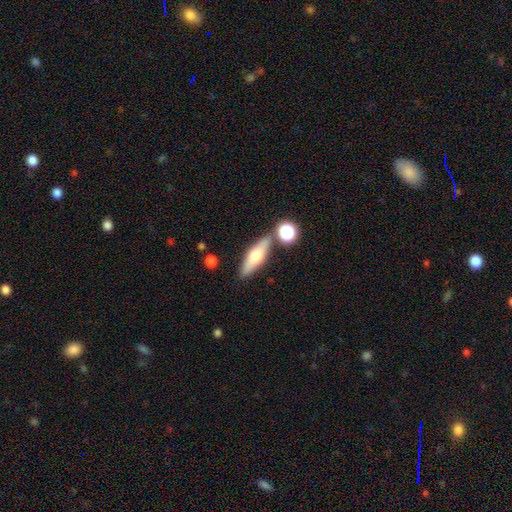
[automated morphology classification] Overall: smooth (51%; featured or disk 41%). How rounded: cigar-shaped (52%; in between 44%). Merging: none (77%).